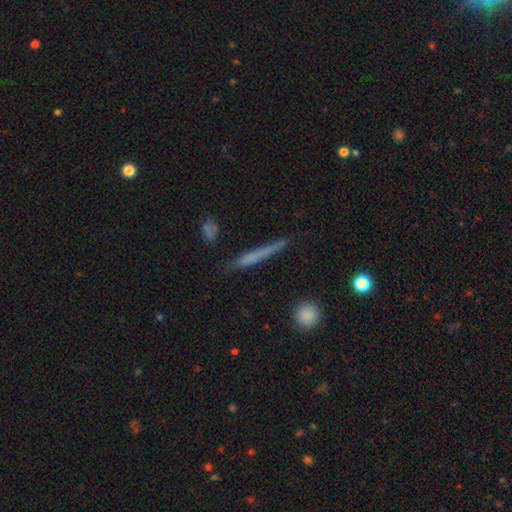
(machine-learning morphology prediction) Smooth or featured: smooth — 55% (featured or disk — 37%)
How rounded: cigar-shaped — 95% (in between — 3%)
Merging: none — 82% (minor disturbance — 13%)